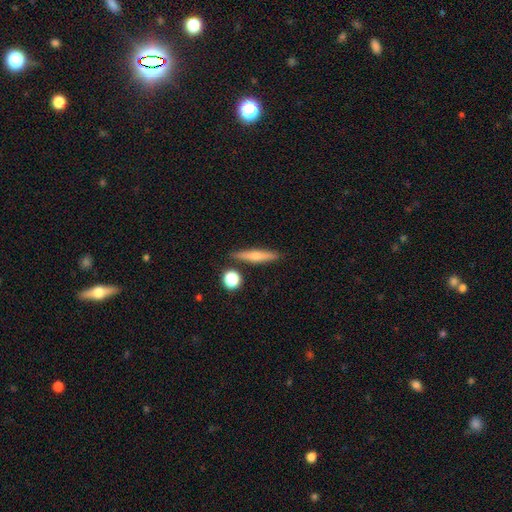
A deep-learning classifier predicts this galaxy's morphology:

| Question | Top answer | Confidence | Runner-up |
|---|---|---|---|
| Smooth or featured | featured or disk | 47% | smooth (45%) |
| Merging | none | 85% | minor disturbance (8%) |